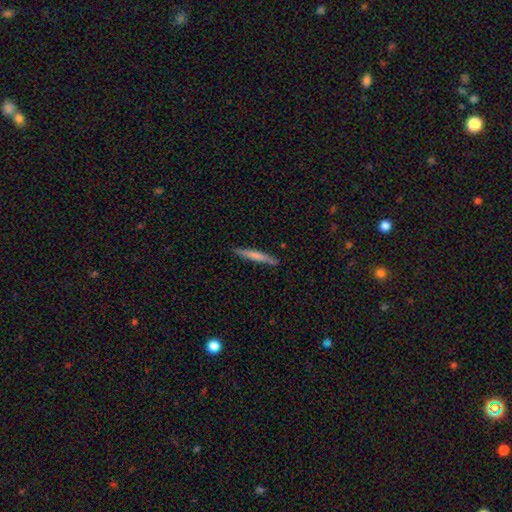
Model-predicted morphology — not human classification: Q: Smooth or featured?
A: smooth (65%); runner-up: featured or disk (30%)
Q: How rounded?
A: cigar-shaped (95%); runner-up: in between (4%)
Q: Merging?
A: none (87%); runner-up: minor disturbance (10%)